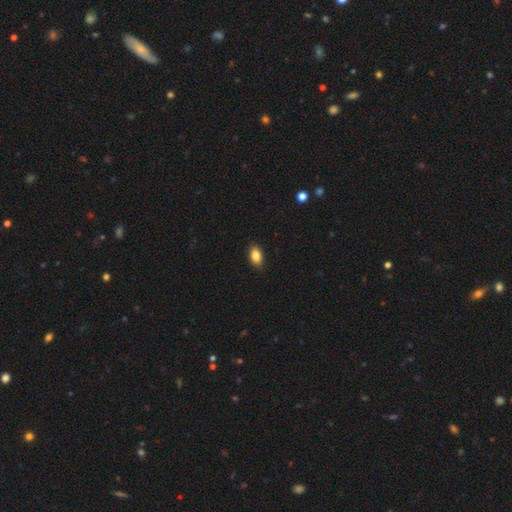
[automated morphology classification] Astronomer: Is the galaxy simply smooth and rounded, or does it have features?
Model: smooth — 85%.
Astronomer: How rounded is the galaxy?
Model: in between — 89%.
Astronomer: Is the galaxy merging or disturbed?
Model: none — 89%.